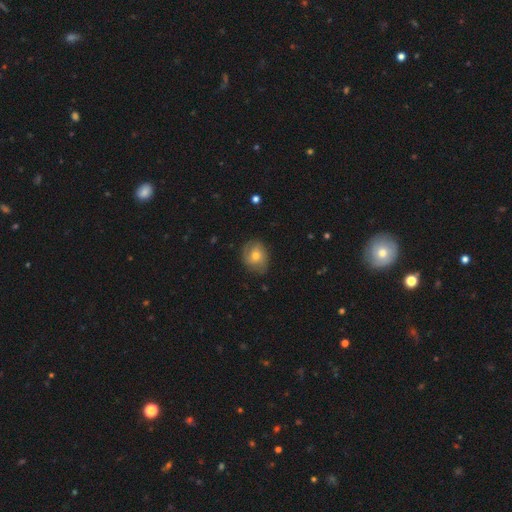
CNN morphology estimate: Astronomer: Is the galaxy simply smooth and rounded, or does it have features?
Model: smooth — 50% (runner-up: featured or disk, 42%).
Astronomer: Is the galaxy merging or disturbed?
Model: none — 69%.